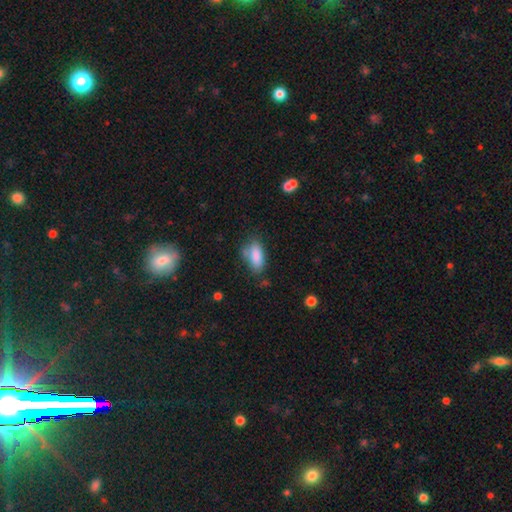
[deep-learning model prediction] smooth_or_featured: smooth (p=0.85) [alt: star or artifact p=0.08]
how_rounded: in between (p=0.85) [alt: cigar-shaped p=0.12]
merging: none (p=0.63) [alt: minor disturbance p=0.24]